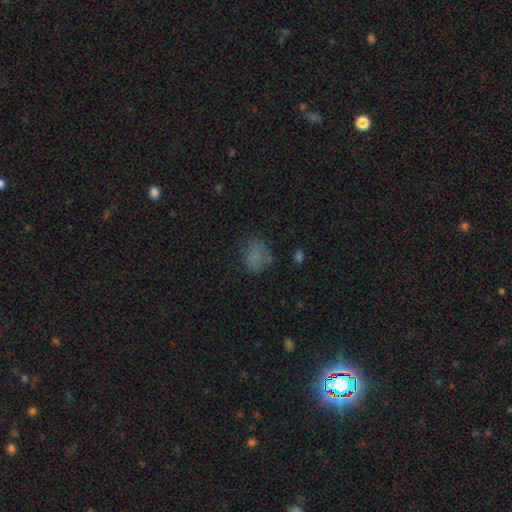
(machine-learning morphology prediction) A smooth galaxy with no disk features (74%) that is round (51%). Merging: none (62%).